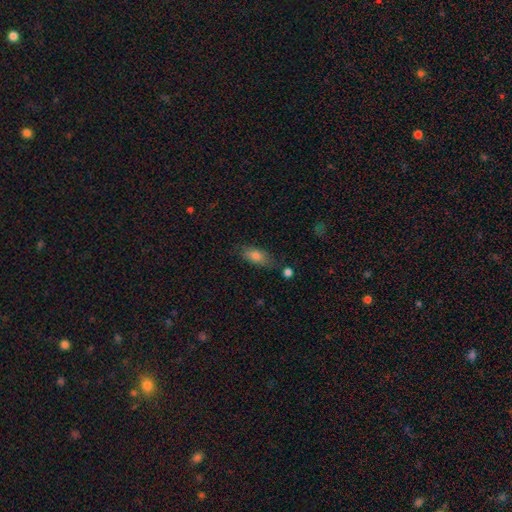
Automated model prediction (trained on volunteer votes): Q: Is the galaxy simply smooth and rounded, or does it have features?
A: smooth — 74%.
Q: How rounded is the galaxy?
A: in between — 75%.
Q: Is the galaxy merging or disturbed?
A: none — 70%.